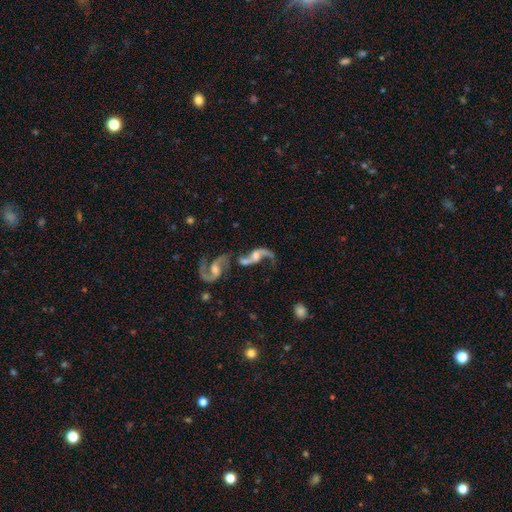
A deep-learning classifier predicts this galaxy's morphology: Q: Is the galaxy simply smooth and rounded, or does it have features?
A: featured or disk — 82%.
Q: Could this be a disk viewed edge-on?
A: no — 94%.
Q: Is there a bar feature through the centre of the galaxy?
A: no — 51%.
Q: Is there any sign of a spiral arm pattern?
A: yes — 90%.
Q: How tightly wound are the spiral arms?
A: loose — 84%.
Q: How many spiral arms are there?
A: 2 — 83%.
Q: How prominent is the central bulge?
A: moderate — 47%.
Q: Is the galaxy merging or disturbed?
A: merger — 56%.